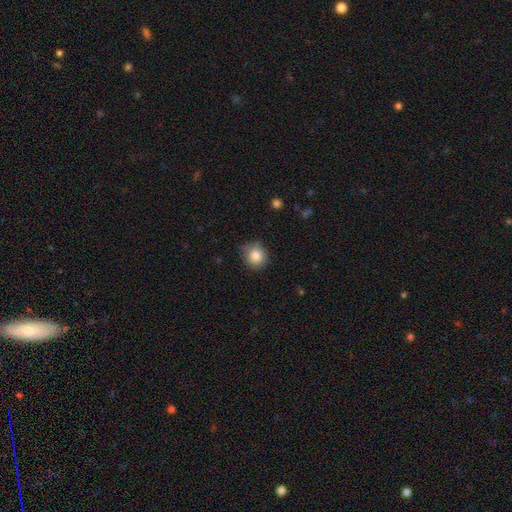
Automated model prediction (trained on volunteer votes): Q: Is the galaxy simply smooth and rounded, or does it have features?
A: smooth — 84%.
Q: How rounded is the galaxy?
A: round — 90%.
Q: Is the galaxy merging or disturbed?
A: none — 72%.